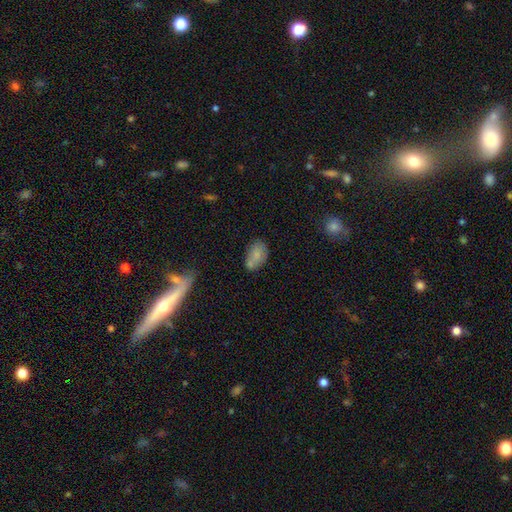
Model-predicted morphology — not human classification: Q: Smooth or featured?
A: smooth (78%); runner-up: featured or disk (13%)
Q: How rounded?
A: in between (89%); runner-up: round (8%)
Q: Merging?
A: none (53%); runner-up: minor disturbance (22%)